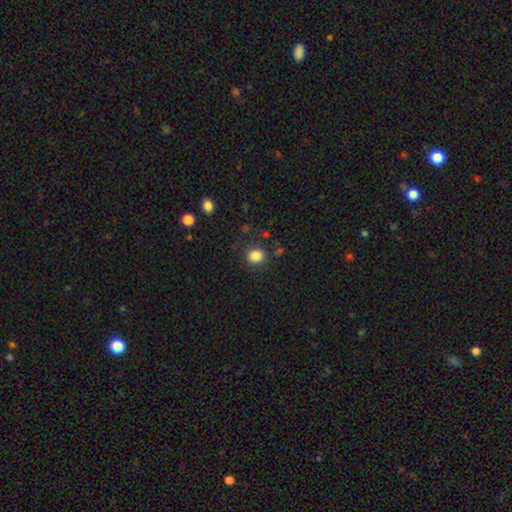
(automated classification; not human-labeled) Smooth or featured? Predicted: smooth (p=0.85). How rounded? Predicted: round (p=0.70). Merging? Predicted: none (p=0.84).